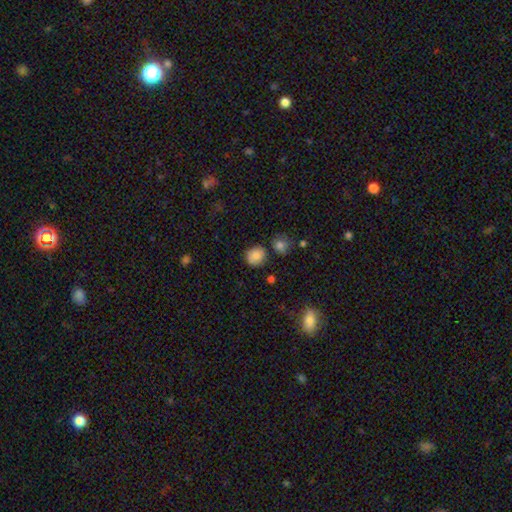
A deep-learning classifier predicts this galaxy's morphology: type=smooth (84%); roundness=round (80%); merging=none (80%).